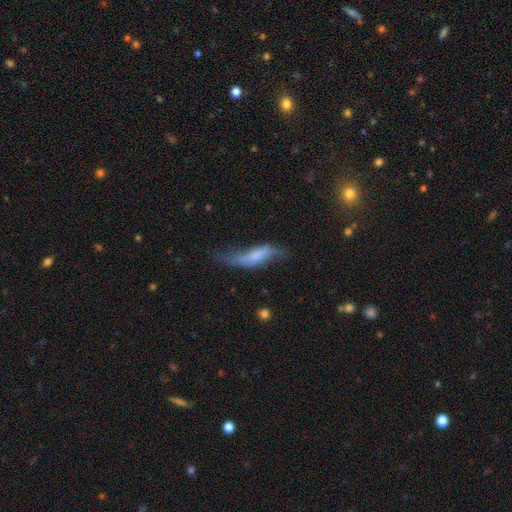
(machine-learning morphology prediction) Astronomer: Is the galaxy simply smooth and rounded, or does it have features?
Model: featured or disk — 48% (runner-up: smooth, 43%).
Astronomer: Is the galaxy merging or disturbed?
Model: major disturbance — 34% (runner-up: none, 31%).